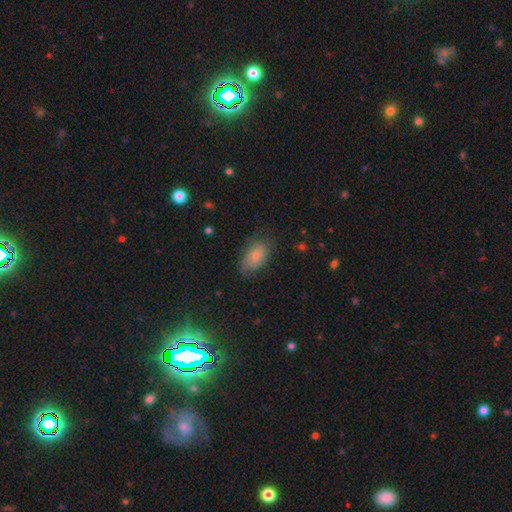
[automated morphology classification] Q: Smooth or featured?
A: smooth (73%); runner-up: featured or disk (19%)
Q: How rounded?
A: in between (91%); runner-up: round (7%)
Q: Merging?
A: none (61%); runner-up: minor disturbance (28%)